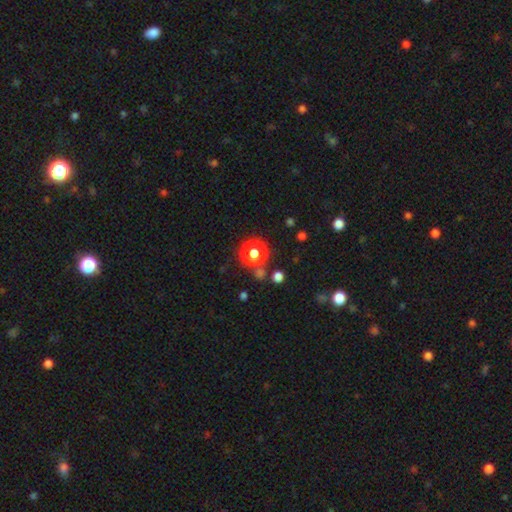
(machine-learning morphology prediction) Smooth or featured?
  - star or artifact: 59% *
  - smooth: 34%
  - featured or disk: 8%